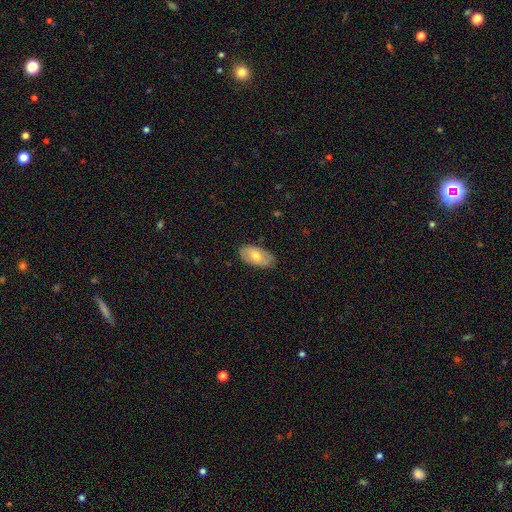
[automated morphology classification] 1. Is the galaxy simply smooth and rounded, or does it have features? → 63% smooth, 31% featured or disk, 6% star or artifact.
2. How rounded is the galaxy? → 94% in between, 3% round, 3% cigar-shaped.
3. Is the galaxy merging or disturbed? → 85% none, 11% minor disturbance, 2% major disturbance, 1% merger.